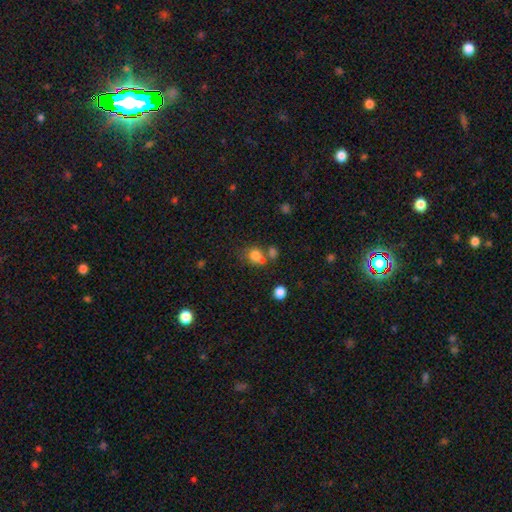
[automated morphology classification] Smooth or featured: smooth — 77% (star or artifact — 13%)
How rounded: round — 66% (in between — 33%)
Merging: none — 46% (merger — 33%)